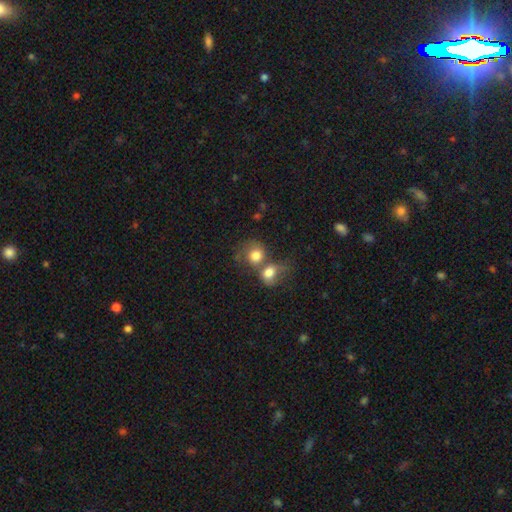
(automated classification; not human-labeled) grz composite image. It shows a smooth galaxy with no disk features (77%) that is round (72%). Merging: merger (65%).